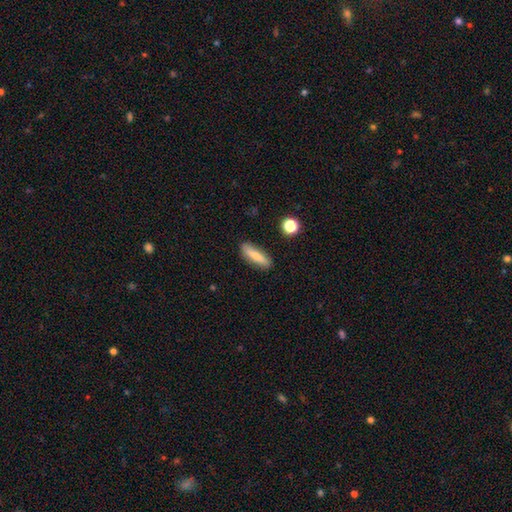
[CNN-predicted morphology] The model was most divided on "how rounded": cigar-shaped: 63%, in between: 34%, round: 3%. More confident: merging — none (85%); smooth or featured — smooth (74%).